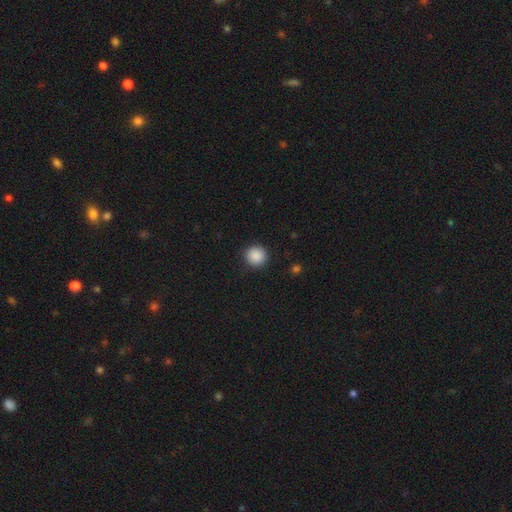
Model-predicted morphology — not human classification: This is clearly a smooth galaxy (89%). How rounded: clearly round (94%). Merging: clearly none (90%).